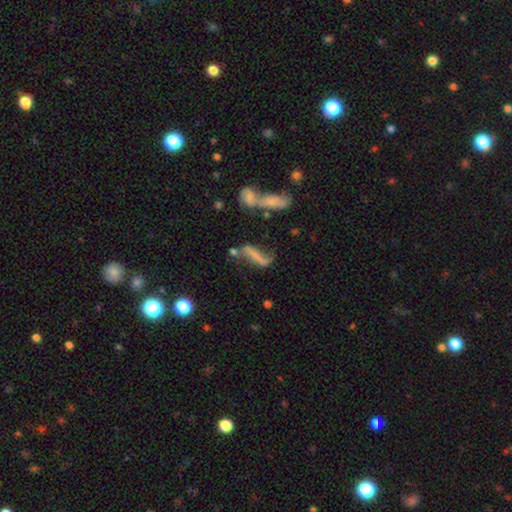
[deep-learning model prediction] Smooth or featured: featured or disk — 59% (smooth — 30%)
Edge-on disk: no — 85% (yes — 15%)
Merging: none — 40% (merger — 21%)